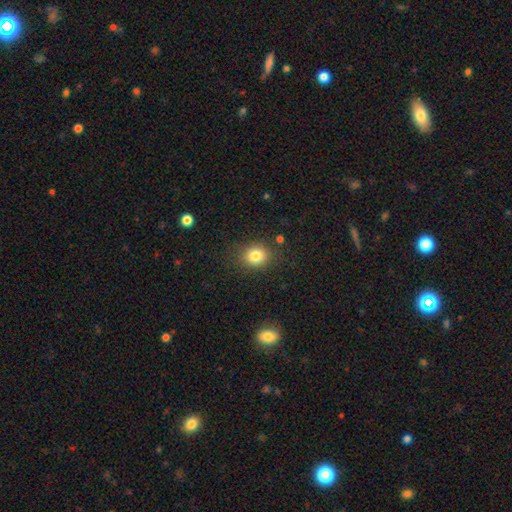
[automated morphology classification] Smooth or featured? Predicted: smooth (p=0.81). How rounded? Predicted: round (p=0.69). Merging? Predicted: none (p=0.82).